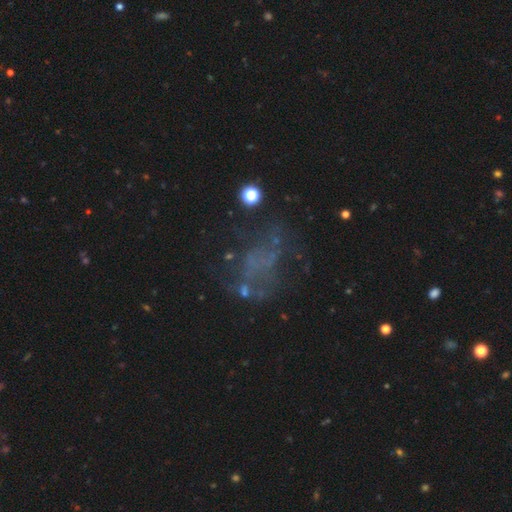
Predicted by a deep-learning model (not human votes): Smooth or featured?
  - featured or disk: 47% *
  - star or artifact: 30%
  - smooth: 23%
Merging?
  - none: 45% *
  - major disturbance: 31%
  - minor disturbance: 18%
  - merger: 6%